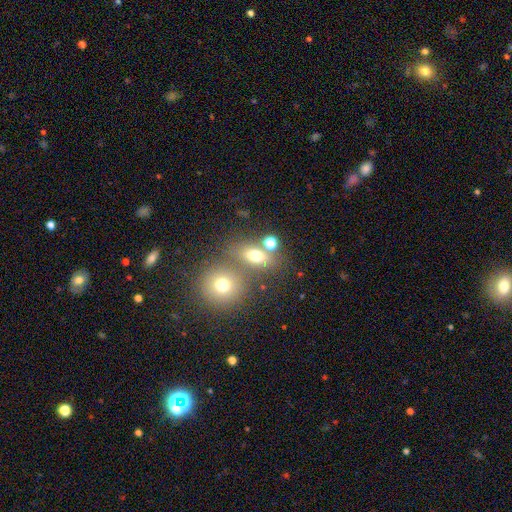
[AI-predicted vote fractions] The model was most divided on "merging": none: 52%, merger: 32%, minor disturbance: 10%, major disturbance: 5%. More confident: smooth or featured — smooth (69%); how rounded — in between (58%).